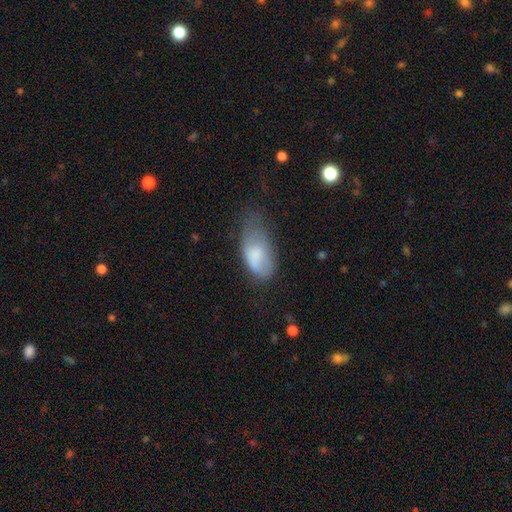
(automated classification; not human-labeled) Smooth or featured? smooth (73%)
How rounded? in between (93%)
Merging? minor disturbance (39%)